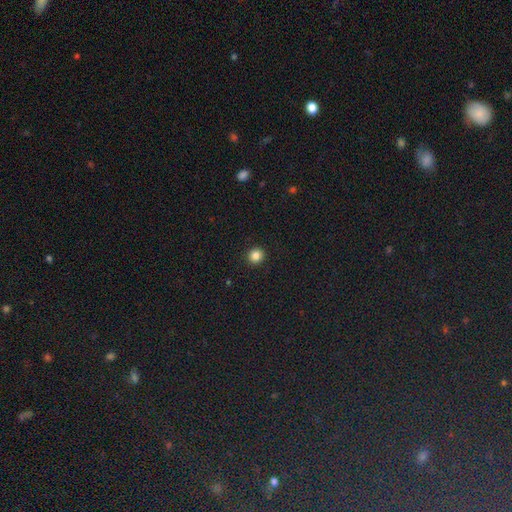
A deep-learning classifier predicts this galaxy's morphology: smooth-or-featured: smooth: 85% | star or artifact: 11% | featured or disk: 4%
  how-rounded: round: 86% | in between: 13% | cigar-shaped: 1%
  merging: none: 92% | minor disturbance: 5% | major disturbance: 2% | merger: 1%